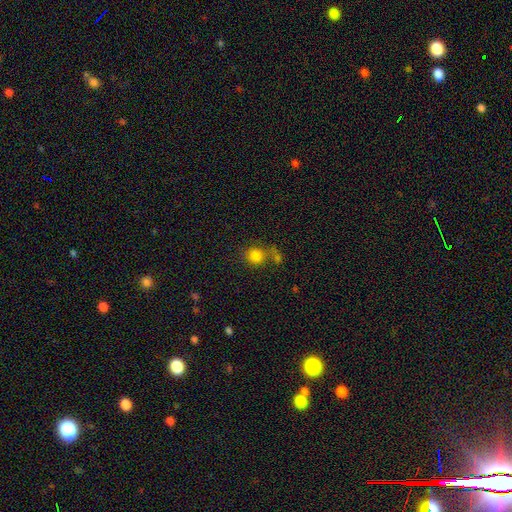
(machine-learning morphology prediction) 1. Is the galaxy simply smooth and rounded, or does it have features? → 81% smooth, 12% star or artifact, 7% featured or disk.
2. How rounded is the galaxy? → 84% round, 15% in between, 1% cigar-shaped.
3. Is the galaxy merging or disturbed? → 53% none, 27% merger, 12% minor disturbance, 7% major disturbance.